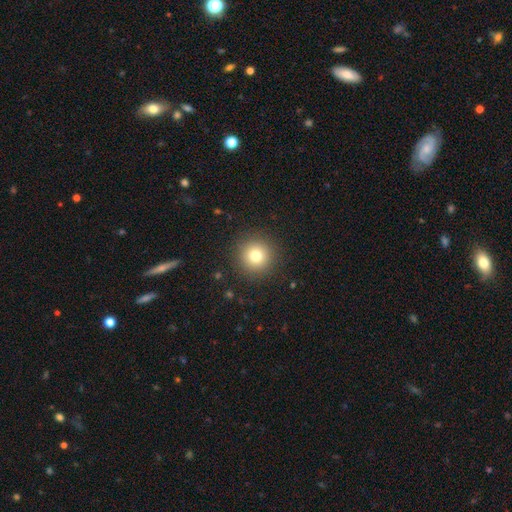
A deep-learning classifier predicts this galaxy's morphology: smooth-or-featured: smooth: 77% | star or artifact: 13% | featured or disk: 9%
  how-rounded: round: 96% | in between: 3% | cigar-shaped: 1%
  merging: none: 91% | minor disturbance: 5% | major disturbance: 2% | merger: 1%